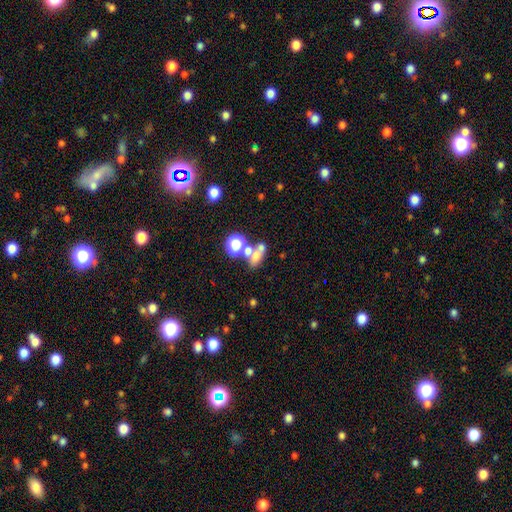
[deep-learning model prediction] Morphology: type=smooth (57%); roundness=in between (58%); merging=merger (47%).